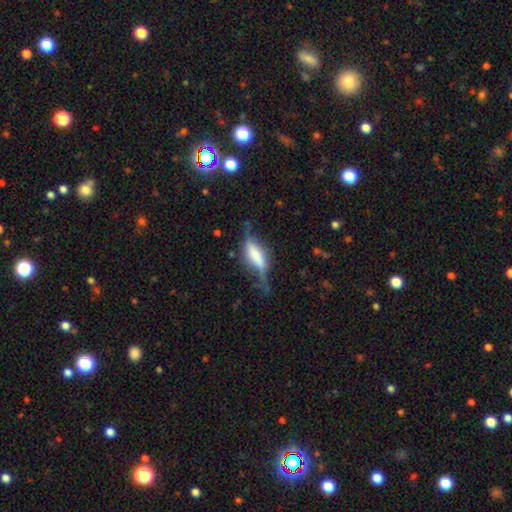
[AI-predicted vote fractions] Overall: featured or disk (62%; smooth 30%). Edge-on disk: yes (65%; no 35%). Merging: none (44%; minor disturbance 28%).